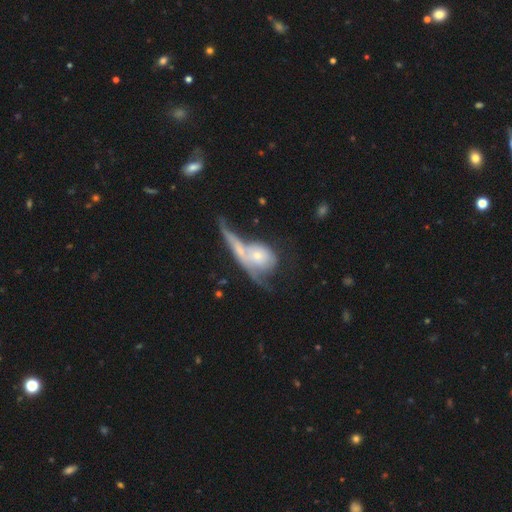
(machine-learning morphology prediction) A featured or disk galaxy (53%). Merging: merger (58%).